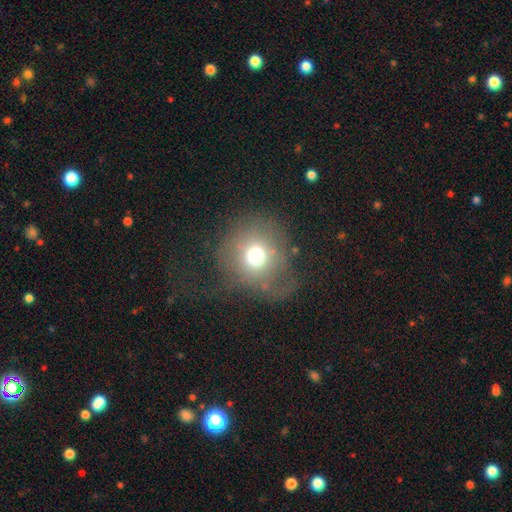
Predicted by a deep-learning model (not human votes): A smooth galaxy with no disk features (66%) that is round (88%).

Vote fractions:
- Smooth or featured? smooth: 66% / featured or disk: 18% / star or artifact: 16%
- How rounded? round: 88% / in between: 11% / cigar-shaped: 1%
- Merging? none: 59% / major disturbance: 21% / minor disturbance: 18% / merger: 2%